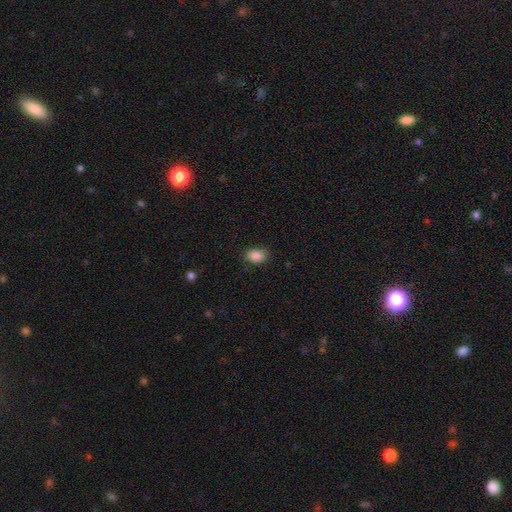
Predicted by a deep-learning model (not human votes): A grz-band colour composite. It shows a smooth galaxy with no disk features (88%) that is in between round and cigar-shaped (83%). Merging: none (83%).